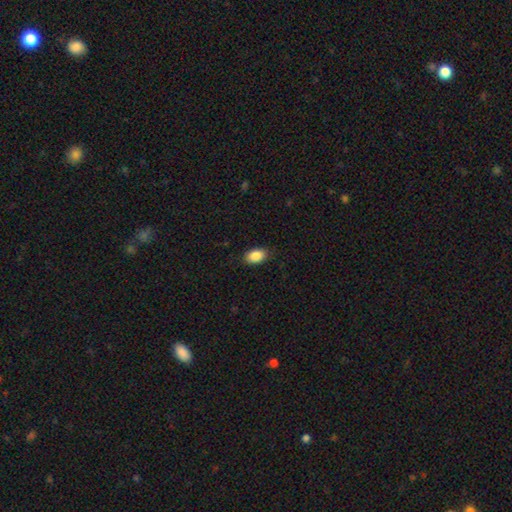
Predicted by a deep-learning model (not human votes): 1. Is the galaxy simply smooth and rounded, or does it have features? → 88% smooth, 7% star or artifact, 5% featured or disk.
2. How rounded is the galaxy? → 89% in between, 10% round, 1% cigar-shaped.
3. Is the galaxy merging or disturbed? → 85% none, 11% minor disturbance, 2% major disturbance, 1% merger.